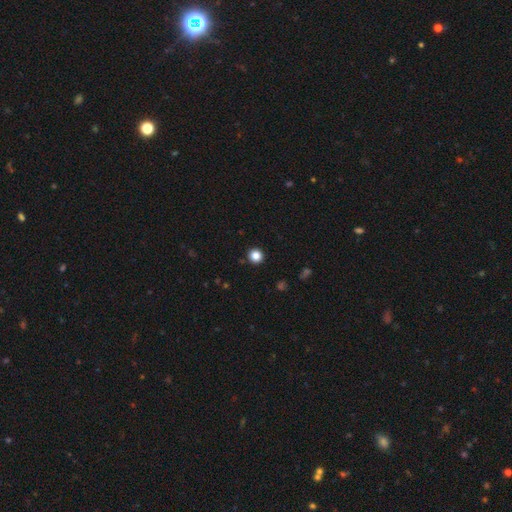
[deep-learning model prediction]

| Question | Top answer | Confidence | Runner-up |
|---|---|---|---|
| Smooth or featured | smooth | 85% | star or artifact (12%) |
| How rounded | round | 95% | in between (4%) |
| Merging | none | 93% | minor disturbance (4%) |